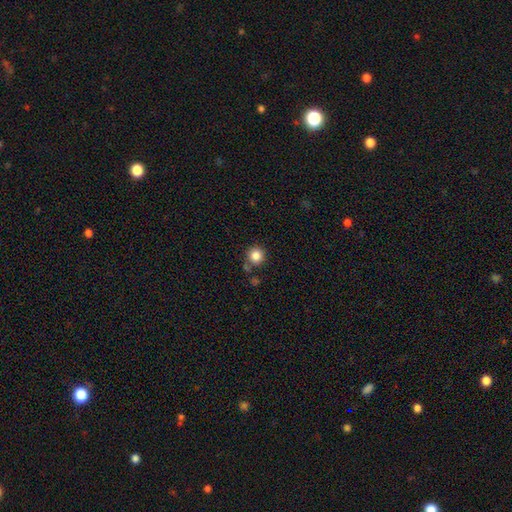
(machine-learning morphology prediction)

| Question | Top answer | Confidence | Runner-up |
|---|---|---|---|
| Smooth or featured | smooth | 84% | star or artifact (11%) |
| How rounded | round | 95% | in between (4%) |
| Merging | none | 80% | minor disturbance (9%) |